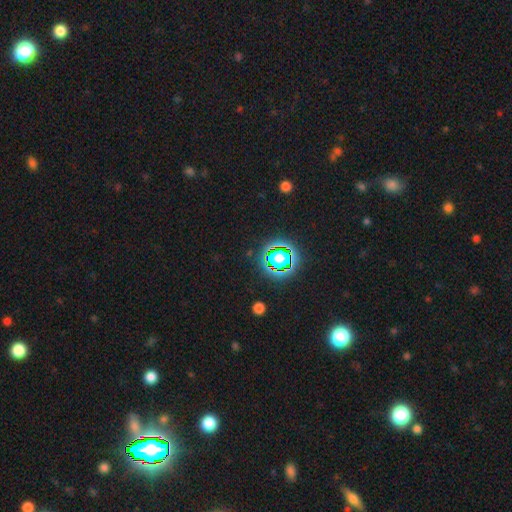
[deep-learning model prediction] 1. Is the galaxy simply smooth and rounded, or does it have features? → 80% star or artifact, 13% smooth, 7% featured or disk.